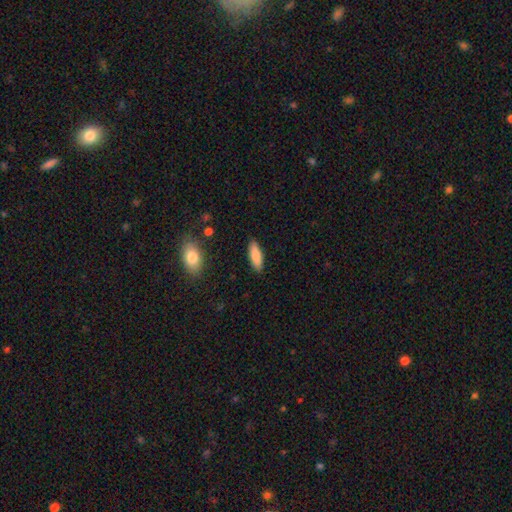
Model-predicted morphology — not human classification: Smooth or featured: smooth — 83% (featured or disk — 11%)
How rounded: in between — 58% (cigar-shaped — 40%)
Merging: none — 88% (minor disturbance — 8%)